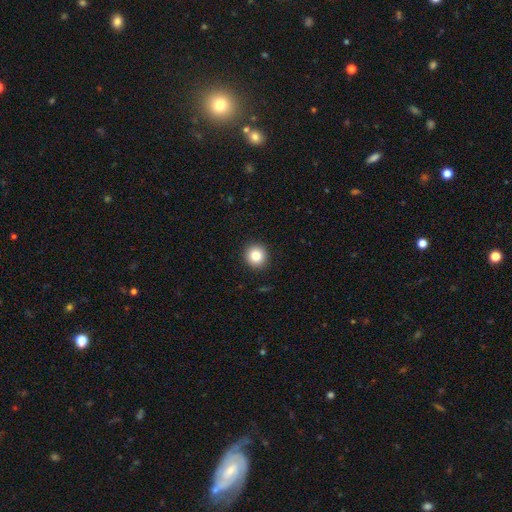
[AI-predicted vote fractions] A smooth galaxy with no disk features (83%) that is round (94%). Merging: none (93%).